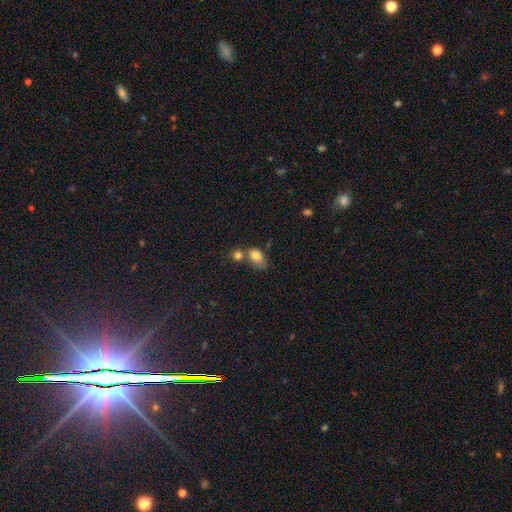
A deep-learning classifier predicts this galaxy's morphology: smooth_or_featured: smooth (p=0.79) [alt: featured or disk p=0.11]
how_rounded: in between (p=0.77) [alt: round p=0.21]
merging: merger (p=0.44) [alt: none p=0.32]